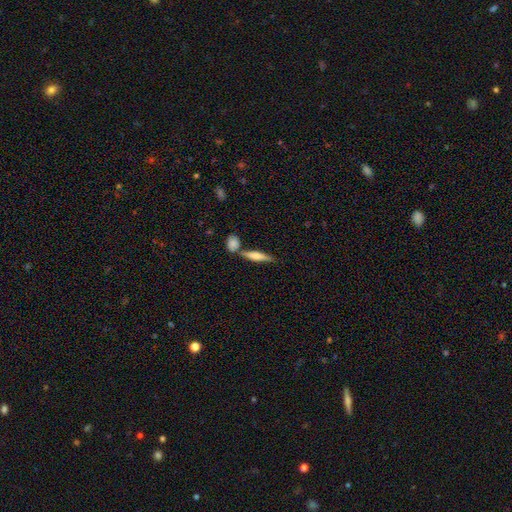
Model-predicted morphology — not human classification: smooth-or-featured: smooth: 56% | featured or disk: 38% | star or artifact: 6%
  how-rounded: cigar-shaped: 78% | in between: 20% | round: 3%
  merging: none: 66% | merger: 19% | minor disturbance: 12% | major disturbance: 3%